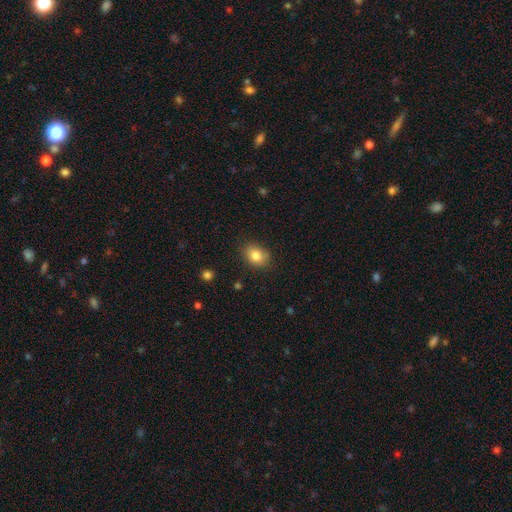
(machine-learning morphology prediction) A smooth galaxy with no disk features (83%) that is in between round and cigar-shaped (54%). Merging: none (83%).